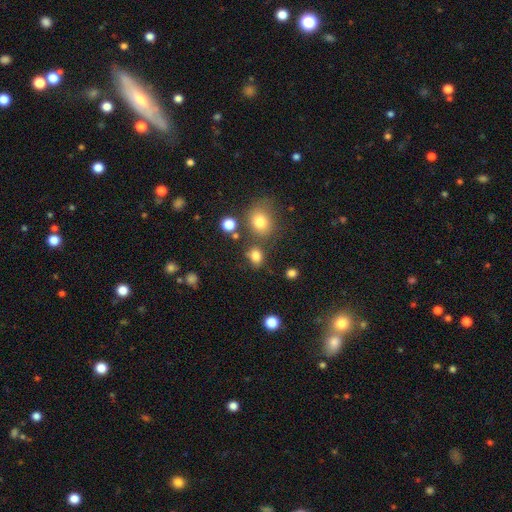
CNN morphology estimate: The model was most divided on "how rounded": in between: 56%, round: 42%, cigar-shaped: 2%. More confident: smooth or featured — smooth (81%); merging — none (68%).